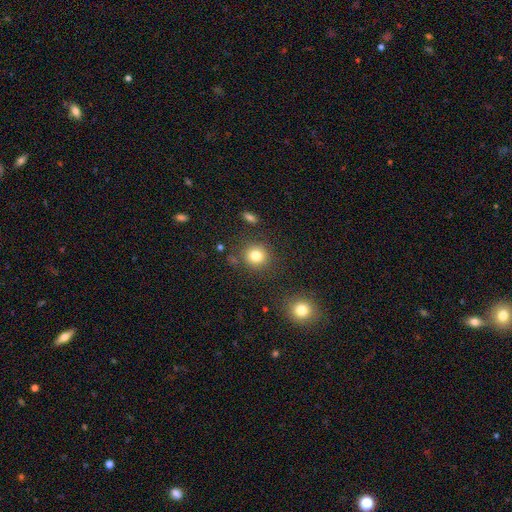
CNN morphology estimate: Overall: smooth (82%). How rounded: round (87%). Merging: none (83%).